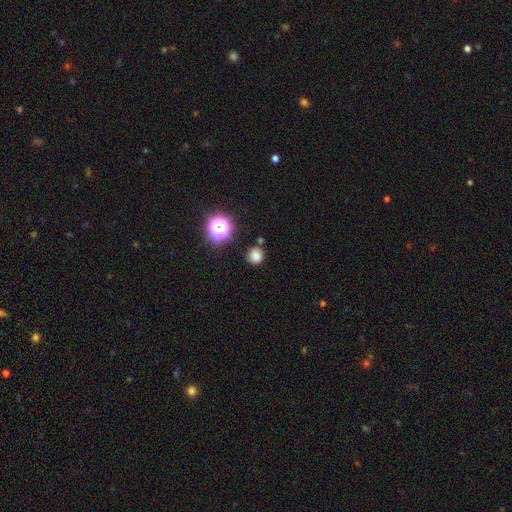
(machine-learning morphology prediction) type=smooth (79%); roundness=round (90%); merging=none (81%).